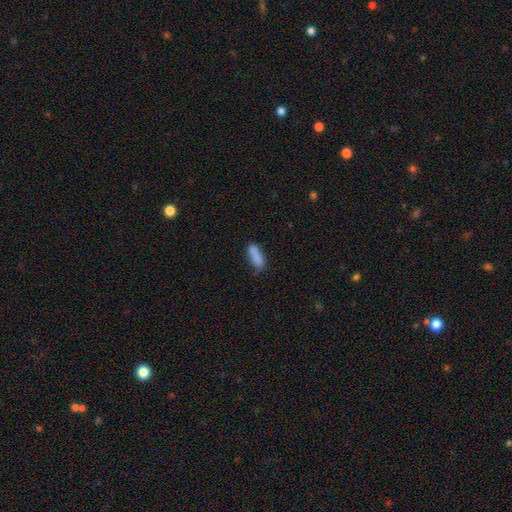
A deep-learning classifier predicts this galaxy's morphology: The model was most divided on "how rounded": cigar-shaped: 50%, in between: 48%, round: 2%. More confident: smooth or featured — smooth (83%); merging — none (55%).